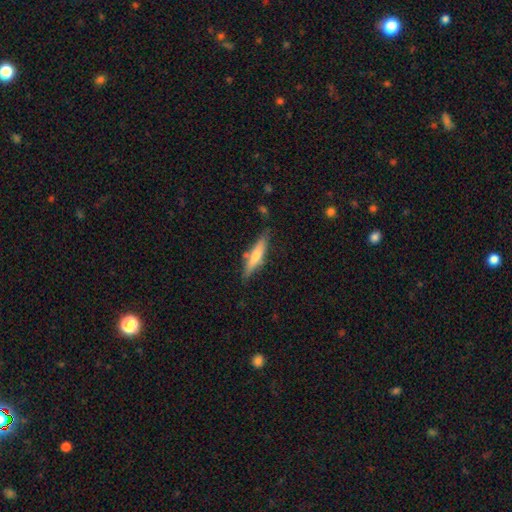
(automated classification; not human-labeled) A smooth galaxy with no disk features (51%) that is cigar-shaped (79%).

Vote fractions:
- Smooth or featured? smooth: 51% / featured or disk: 43% / star or artifact: 6%
- How rounded? cigar-shaped: 79% / in between: 19% / round: 2%
- Merging? none: 75% / minor disturbance: 16% / merger: 6% / major disturbance: 3%